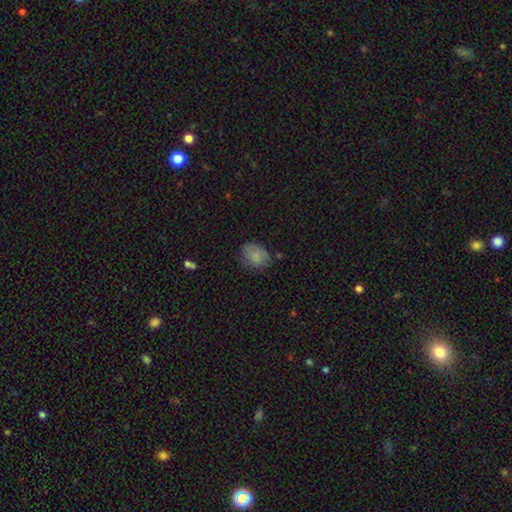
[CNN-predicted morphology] Smooth or featured: smooth — 82% (star or artifact — 9%)
How rounded: in between — 55% (round — 44%)
Merging: none — 69% (minor disturbance — 23%)